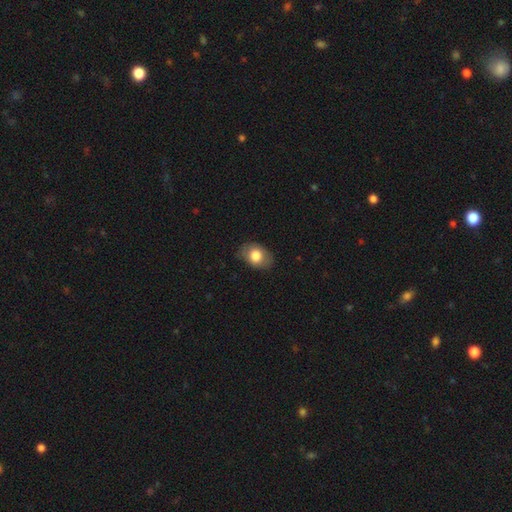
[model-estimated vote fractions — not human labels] smooth-or-featured: smooth: 78% | featured or disk: 14% | star or artifact: 7%
  how-rounded: in between: 75% | round: 24% | cigar-shaped: 1%
  merging: none: 79% | minor disturbance: 17% | major disturbance: 4% | merger: 1%